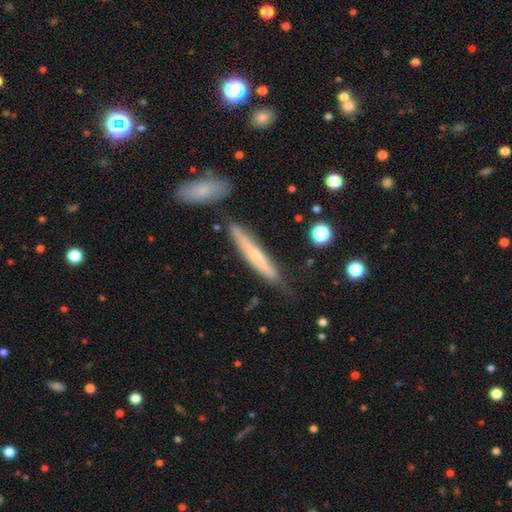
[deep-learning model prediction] smooth_or_featured: smooth (p=0.52) [alt: featured or disk p=0.42]
how_rounded: cigar-shaped (p=0.91) [alt: in between p=0.07]
merging: none (p=0.71) [alt: minor disturbance p=0.19]